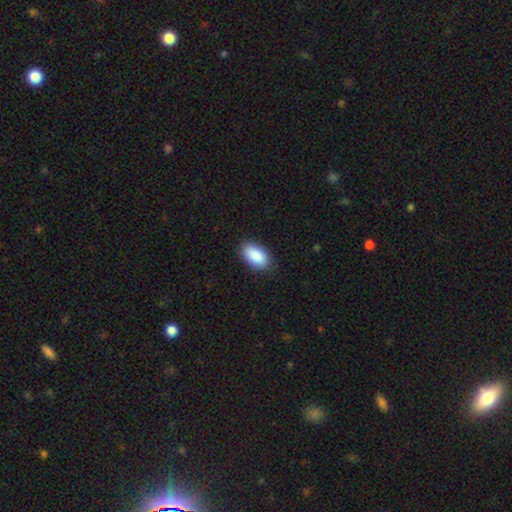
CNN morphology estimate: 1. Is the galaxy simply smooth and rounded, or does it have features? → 89% smooth, 6% star or artifact, 4% featured or disk.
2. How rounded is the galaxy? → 95% in between, 3% round, 2% cigar-shaped.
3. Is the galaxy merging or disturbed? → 88% none, 9% minor disturbance, 2% major disturbance, 1% merger.